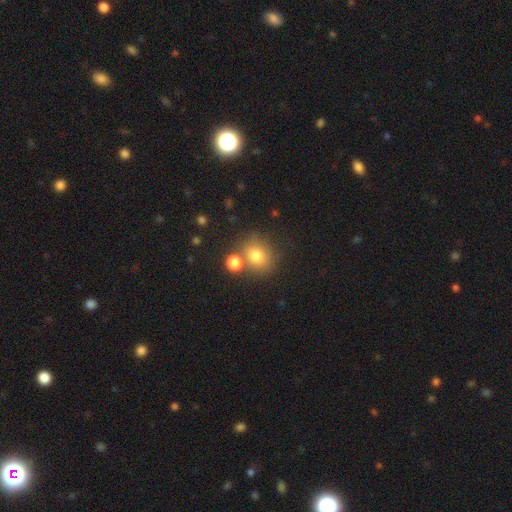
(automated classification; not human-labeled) Q: Smooth or featured?
A: smooth (76%); runner-up: star or artifact (13%)
Q: How rounded?
A: round (78%); runner-up: in between (21%)
Q: Merging?
A: none (64%); runner-up: merger (20%)